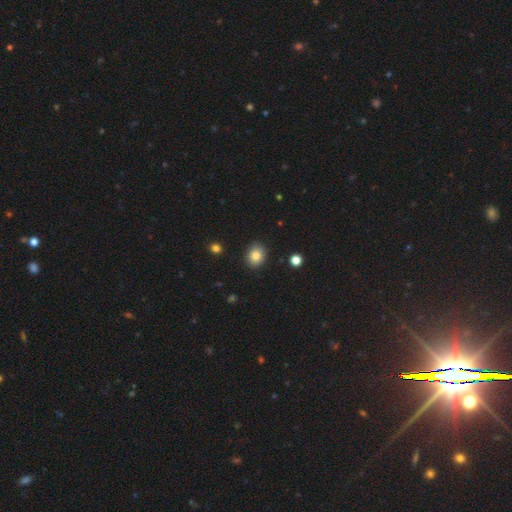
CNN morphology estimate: This is clearly a smooth galaxy (84%). How rounded: possibly round (52%). Merging: clearly none (89%).